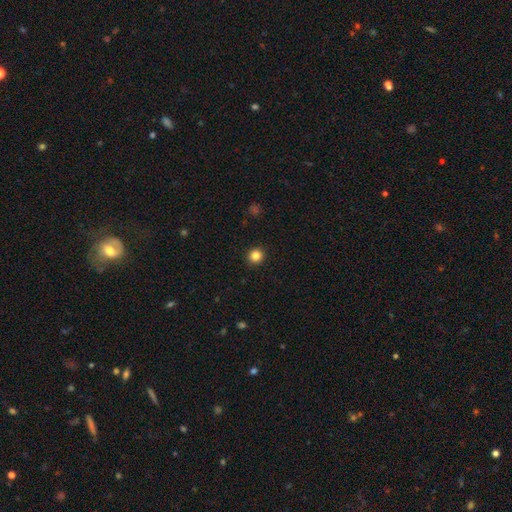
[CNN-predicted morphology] smooth-or-featured: smooth: 84% | star or artifact: 12% | featured or disk: 4%
  how-rounded: round: 93% | in between: 6% | cigar-shaped: 1%
  merging: none: 93% | minor disturbance: 4% | major disturbance: 2% | merger: 1%